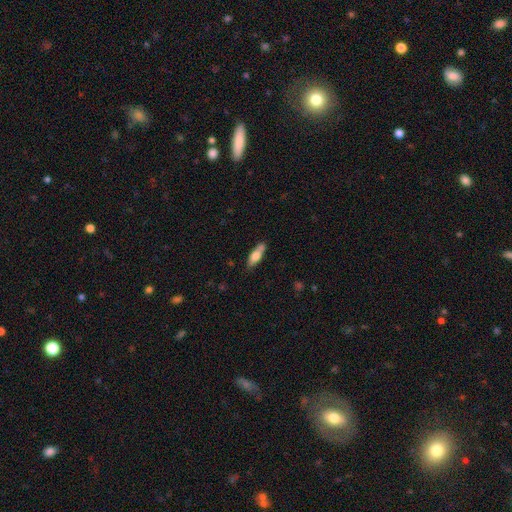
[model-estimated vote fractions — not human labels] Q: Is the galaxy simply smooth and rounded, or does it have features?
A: smooth — 69%.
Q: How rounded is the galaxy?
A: in between — 53%.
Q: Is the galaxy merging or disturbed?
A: none — 62%.